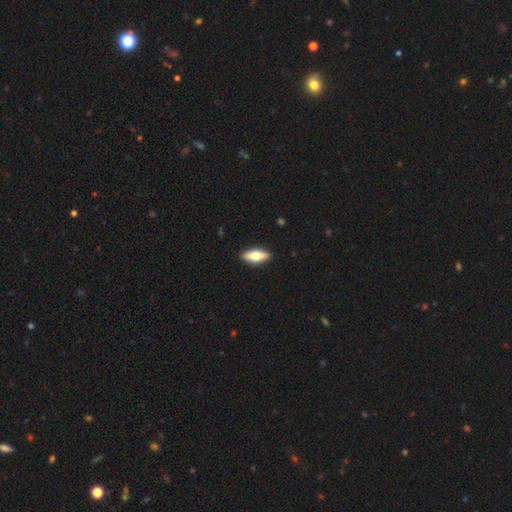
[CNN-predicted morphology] Smooth or featured: smooth — 53% (featured or disk — 41%)
How rounded: in between — 63% (cigar-shaped — 34%)
Merging: none — 90% (minor disturbance — 7%)